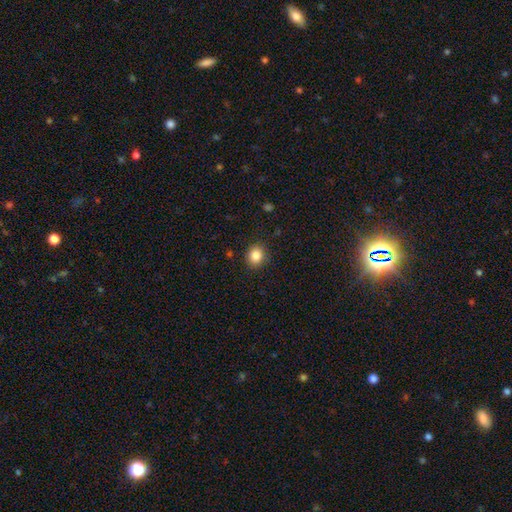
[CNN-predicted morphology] A smooth galaxy with no disk features (85%) that is round (74%).

Vote fractions:
- Smooth or featured? smooth: 85% / star or artifact: 10% / featured or disk: 5%
- How rounded? round: 74% / in between: 25% / cigar-shaped: 1%
- Merging? none: 88% / minor disturbance: 8% / major disturbance: 2% / merger: 1%